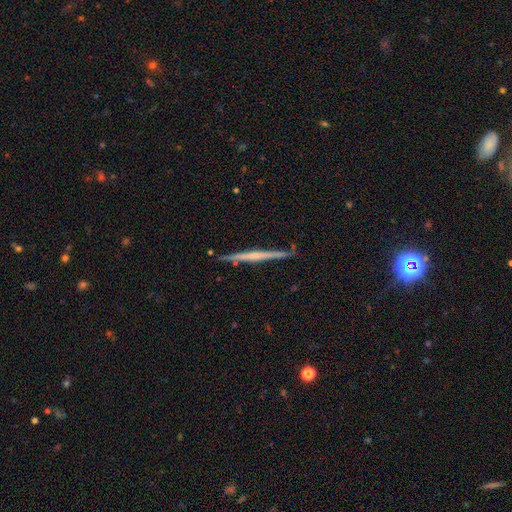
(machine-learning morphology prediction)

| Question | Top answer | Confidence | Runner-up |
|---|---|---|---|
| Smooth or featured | featured or disk | 66% | smooth (29%) |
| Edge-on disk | yes | 98% | no (2%) |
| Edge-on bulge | none | 68% | rounded (21%) |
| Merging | none | 87% | minor disturbance (10%) |